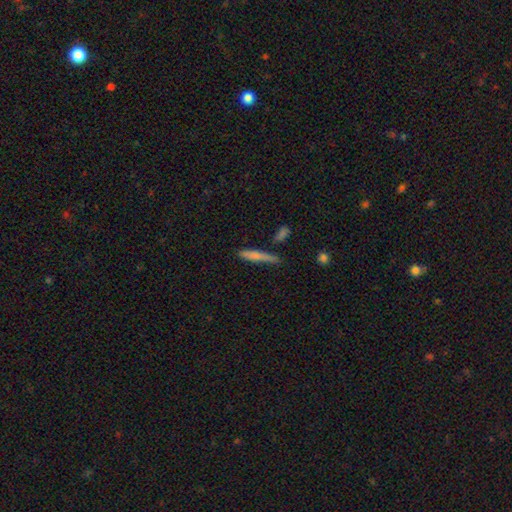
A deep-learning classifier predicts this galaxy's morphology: smooth_or_featured: smooth (p=0.72) [alt: featured or disk p=0.20]
how_rounded: cigar-shaped (p=0.90) [alt: in between p=0.08]
merging: none (p=0.63) [alt: minor disturbance p=0.22]